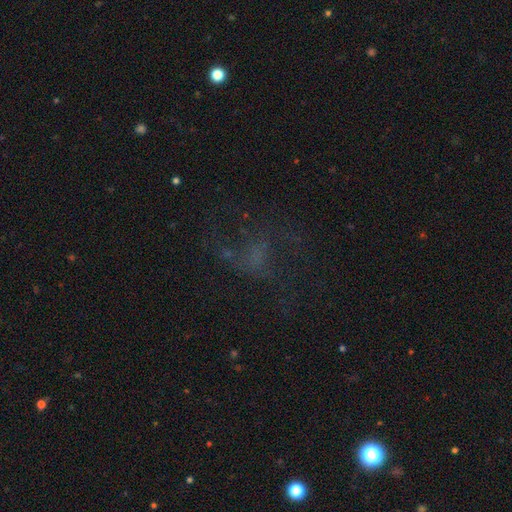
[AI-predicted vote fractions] Morphology: type=featured or disk (39%); merging=none (51%).